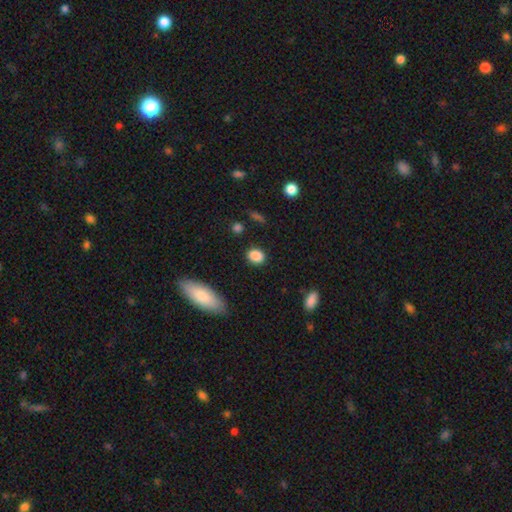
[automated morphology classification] smooth 87%, star or artifact 9%, featured or disk 4%. Down the decision tree: how rounded — in between (53%); merging — none (85%).